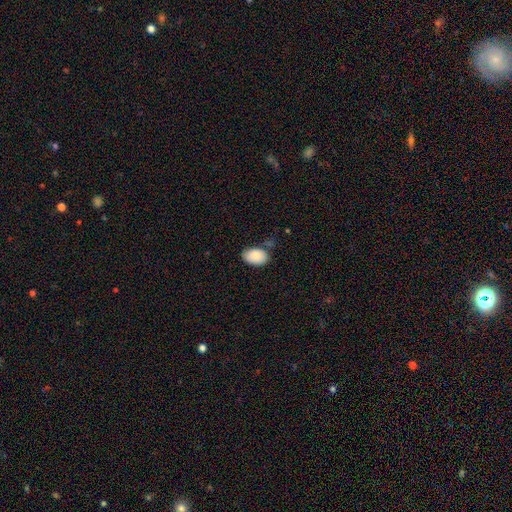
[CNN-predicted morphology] smooth_or_featured: smooth (p=0.87) [alt: featured or disk p=0.07]
how_rounded: in between (p=0.90) [alt: round p=0.09]
merging: none (p=0.71) [alt: minor disturbance p=0.20]